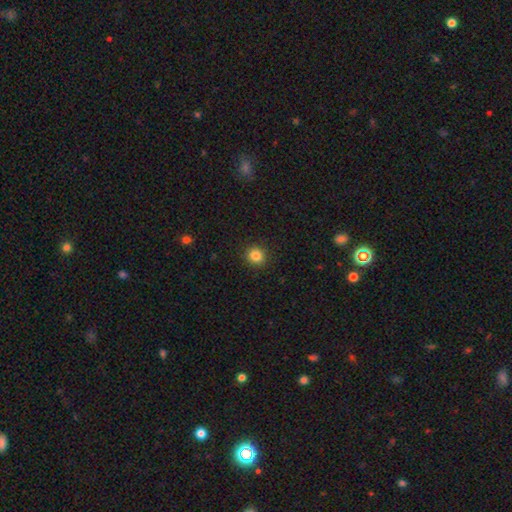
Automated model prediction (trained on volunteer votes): Smooth or featured?
  - smooth: 84% *
  - star or artifact: 11%
  - featured or disk: 5%
How rounded?
  - round: 88% *
  - in between: 11%
  - cigar-shaped: 1%
Merging?
  - none: 92% *
  - minor disturbance: 5%
  - major disturbance: 2%
  - merger: 1%